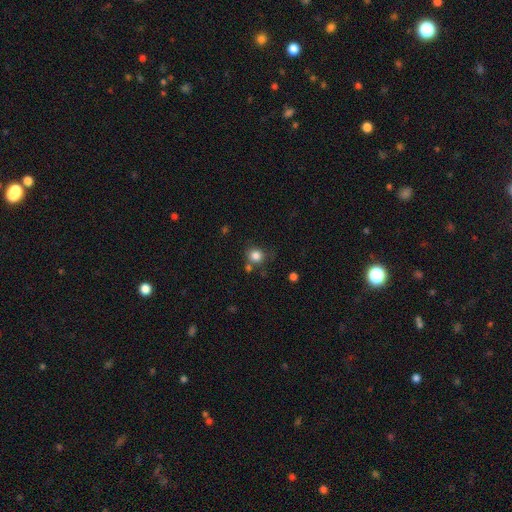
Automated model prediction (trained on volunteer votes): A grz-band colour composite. It shows a smooth galaxy with no disk features (83%) that is round (84%). Merging: none (70%).